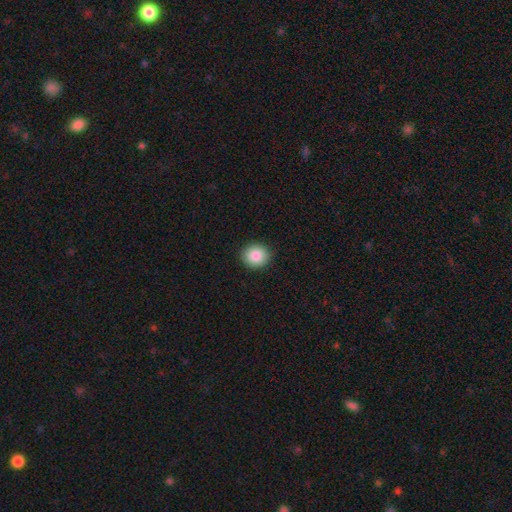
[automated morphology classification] Smooth or featured? smooth (87%)
How rounded? round (85%)
Merging? none (91%)